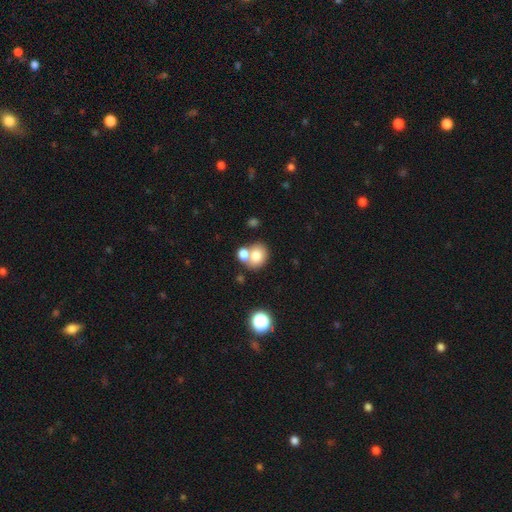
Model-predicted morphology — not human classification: Q: Smooth or featured?
A: smooth (76%); runner-up: featured or disk (13%)
Q: How rounded?
A: round (61%); runner-up: in between (38%)
Q: Merging?
A: merger (44%); runner-up: none (43%)